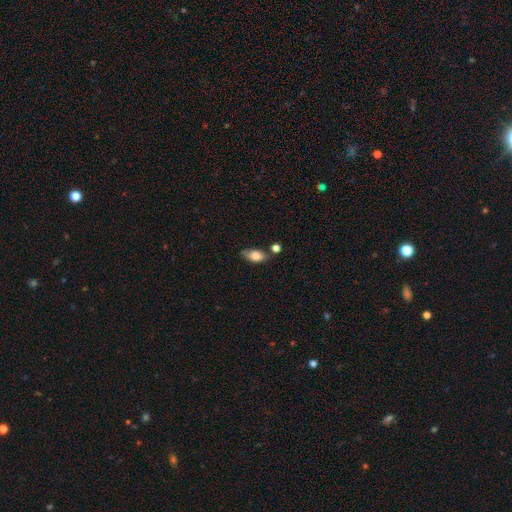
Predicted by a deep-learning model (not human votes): The model was most divided on "merging": none: 67%, minor disturbance: 19%, merger: 10%, major disturbance: 5%. More confident: how rounded — in between (87%); smooth or featured — smooth (78%).